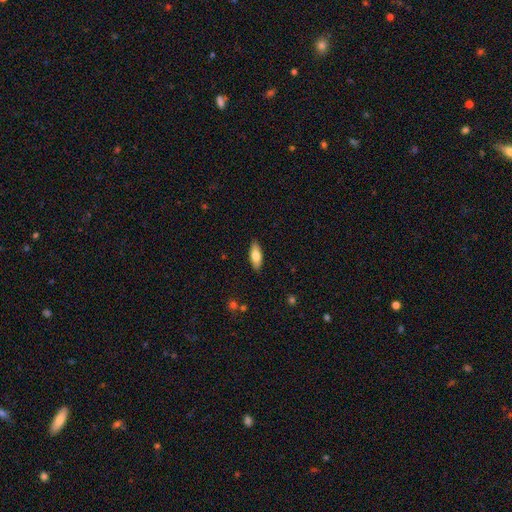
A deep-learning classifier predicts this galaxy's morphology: smooth_or_featured: smooth (p=0.75) [alt: featured or disk p=0.19]
how_rounded: in between (p=0.70) [alt: cigar-shaped p=0.28]
merging: none (p=0.88) [alt: minor disturbance p=0.09]